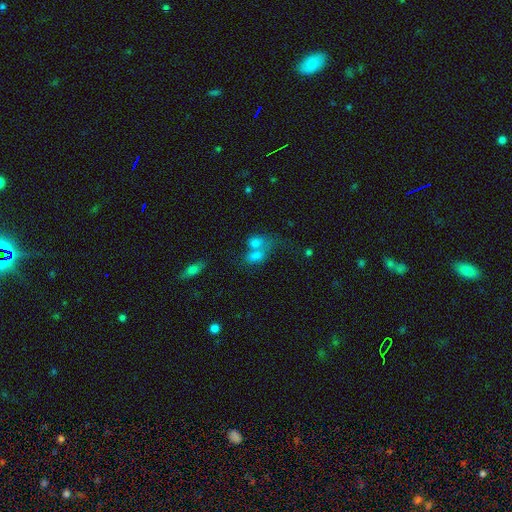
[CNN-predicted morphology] smooth_or_featured: smooth (p=0.73) [alt: featured or disk p=0.14]
how_rounded: in between (p=0.77) [alt: round p=0.21]
merging: merger (p=0.61) [alt: none p=0.23]